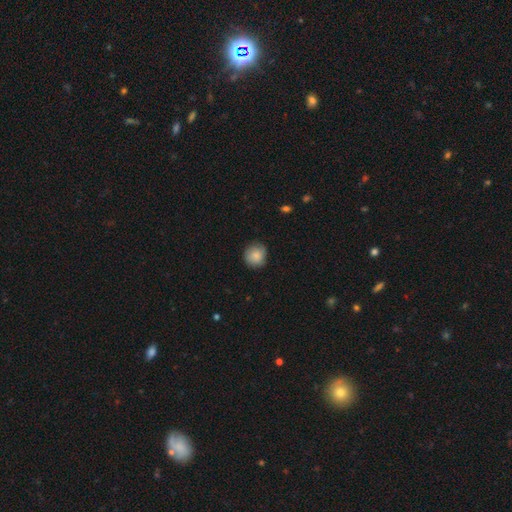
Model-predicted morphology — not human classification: Q: Smooth or featured?
A: smooth (82%); runner-up: featured or disk (11%)
Q: How rounded?
A: round (90%); runner-up: in between (9%)
Q: Merging?
A: none (80%); runner-up: minor disturbance (16%)